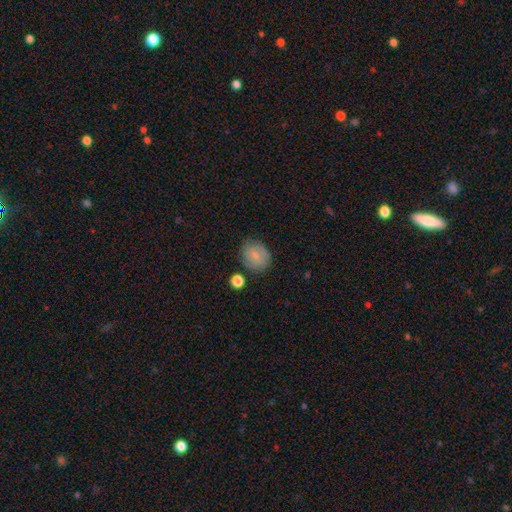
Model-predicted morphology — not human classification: Smooth or featured: smooth — 77% (featured or disk — 15%)
How rounded: round — 54% (in between — 45%)
Merging: none — 74% (minor disturbance — 17%)